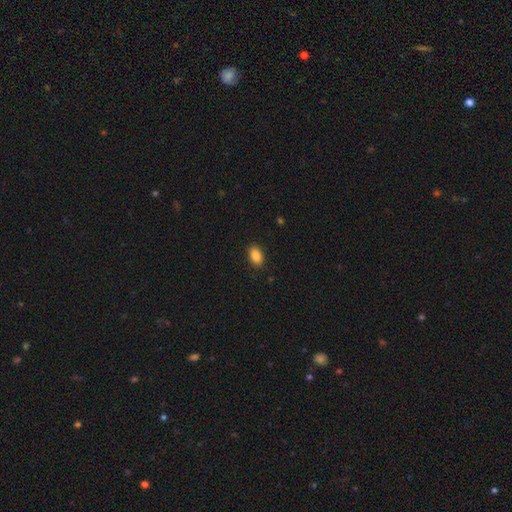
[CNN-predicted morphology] smooth-or-featured: smooth: 87% | star or artifact: 8% | featured or disk: 4%
  how-rounded: in between: 90% | round: 8% | cigar-shaped: 2%
  merging: none: 88% | minor disturbance: 9% | major disturbance: 2% | merger: 1%